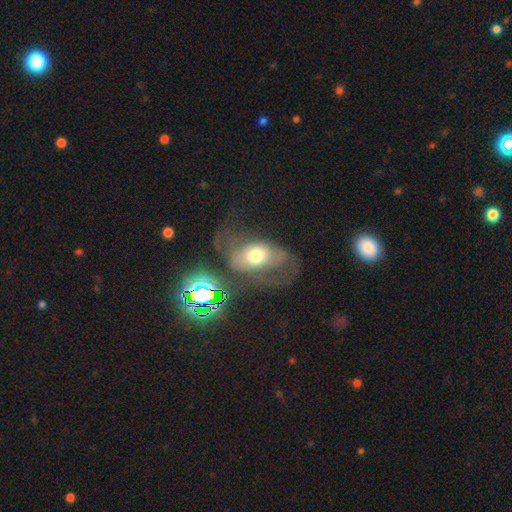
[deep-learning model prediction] Smooth or featured?
  - featured or disk: 45% *
  - smooth: 42%
  - star or artifact: 13%
Merging?
  - major disturbance: 42% *
  - none: 33%
  - minor disturbance: 18%
  - merger: 7%